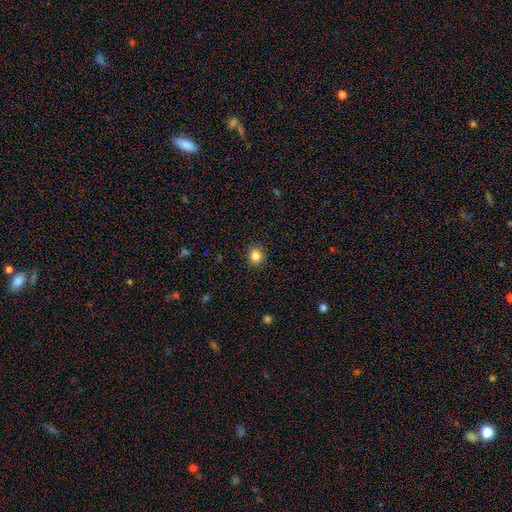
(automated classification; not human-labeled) smooth-or-featured: smooth: 84% | star or artifact: 11% | featured or disk: 5%
  how-rounded: round: 78% | in between: 21% | cigar-shaped: 1%
  merging: none: 90% | minor disturbance: 7% | major disturbance: 2% | merger: 1%